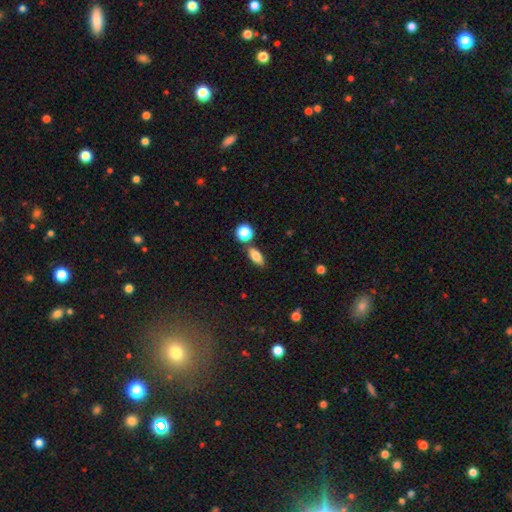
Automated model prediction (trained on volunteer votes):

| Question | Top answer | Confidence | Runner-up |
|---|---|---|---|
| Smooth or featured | smooth | 79% | featured or disk (11%) |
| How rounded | in between | 79% | cigar-shaped (14%) |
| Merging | none | 76% | minor disturbance (12%) |